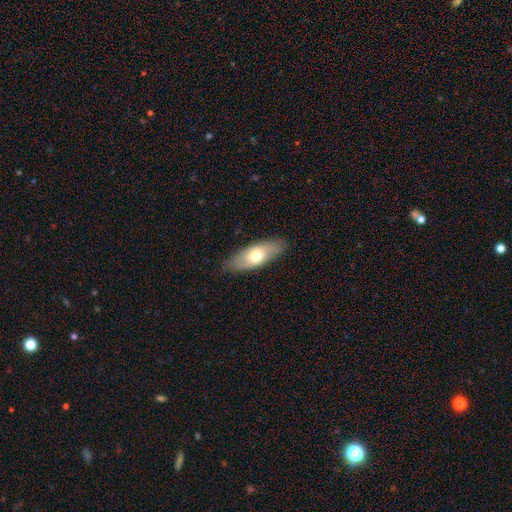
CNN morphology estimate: Smooth or featured: smooth — 63% (featured or disk — 31%)
How rounded: in between — 75% (cigar-shaped — 23%)
Merging: none — 84% (minor disturbance — 13%)